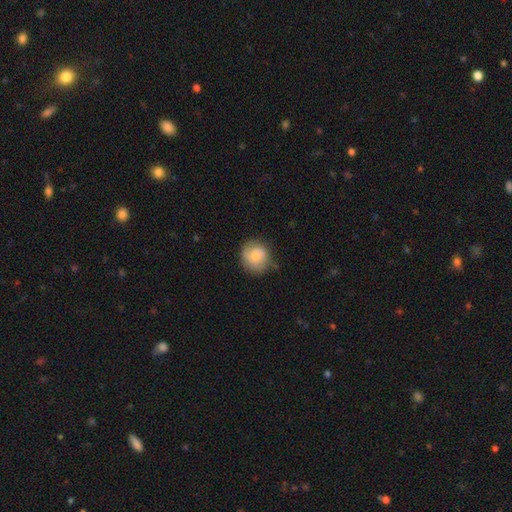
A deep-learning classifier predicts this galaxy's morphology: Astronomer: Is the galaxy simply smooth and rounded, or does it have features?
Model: smooth — 70%.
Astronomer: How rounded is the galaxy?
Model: round — 84%.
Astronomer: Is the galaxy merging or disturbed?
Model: none — 68%.